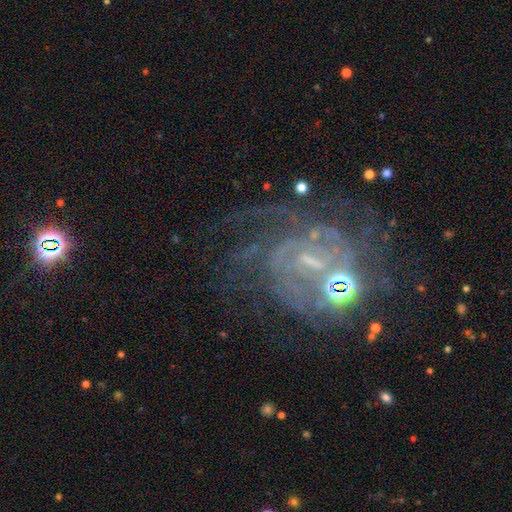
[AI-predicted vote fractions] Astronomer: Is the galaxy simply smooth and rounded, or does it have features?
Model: featured or disk — 76%.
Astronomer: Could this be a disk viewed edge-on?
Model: no — 98%.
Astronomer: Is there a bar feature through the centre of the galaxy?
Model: no — 56% (runner-up: weak, 33%).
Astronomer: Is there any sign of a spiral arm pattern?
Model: yes — 81%.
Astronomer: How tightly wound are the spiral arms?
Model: tight — 48% (runner-up: medium, 35%).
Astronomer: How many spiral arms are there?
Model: can't tell — 42%.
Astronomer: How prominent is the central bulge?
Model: small — 60%.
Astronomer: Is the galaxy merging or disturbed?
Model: none — 47% (runner-up: major disturbance, 25%).